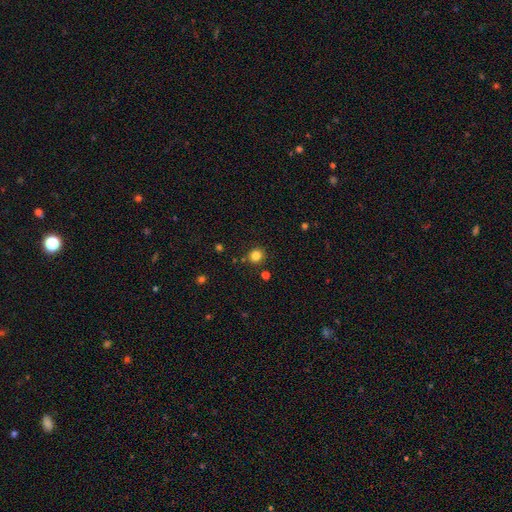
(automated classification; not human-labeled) smooth-or-featured: smooth: 82% | star or artifact: 13% | featured or disk: 5%
  how-rounded: round: 89% | in between: 10% | cigar-shaped: 1%
  merging: none: 86% | minor disturbance: 7% | merger: 4% | major disturbance: 2%